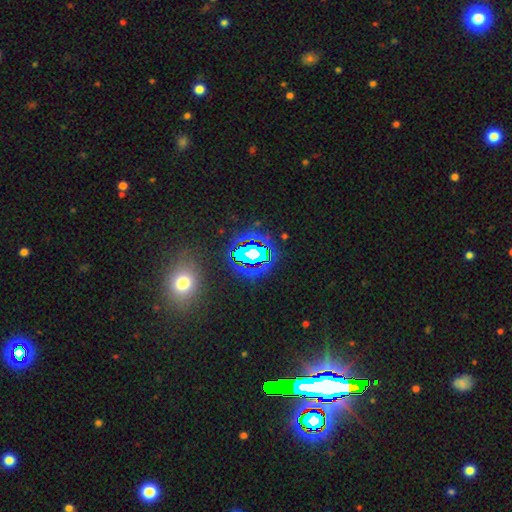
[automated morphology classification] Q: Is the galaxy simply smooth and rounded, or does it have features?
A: star or artifact — 73%.